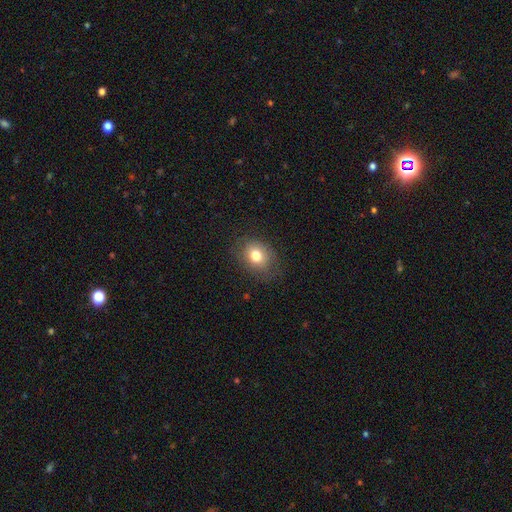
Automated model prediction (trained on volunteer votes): Morphology: type=smooth (77%); roundness=round (54%); merging=none (79%).